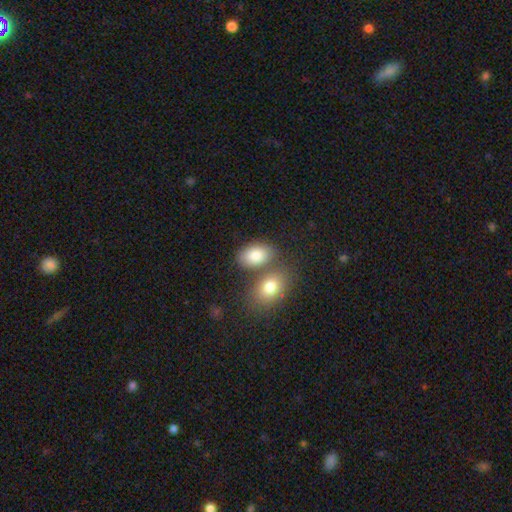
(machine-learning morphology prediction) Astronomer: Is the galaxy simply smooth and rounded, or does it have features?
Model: smooth — 82%.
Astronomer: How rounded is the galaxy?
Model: in between — 86%.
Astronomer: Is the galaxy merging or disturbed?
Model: none — 56%.